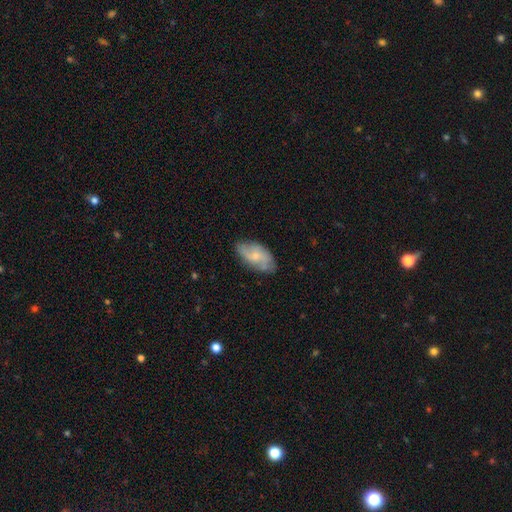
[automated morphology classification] featured or disk 53%, smooth 41%, star or artifact 7%. Down the decision tree: edge-on disk — no (94%); merging — none (72%).